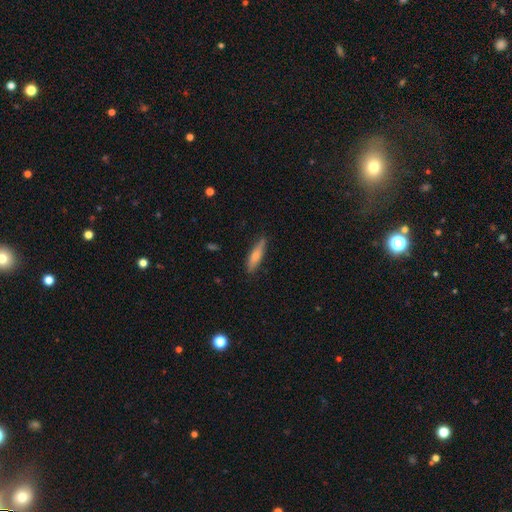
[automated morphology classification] A smooth galaxy with no disk features (70%) that is cigar-shaped (74%). Merging: none (81%).